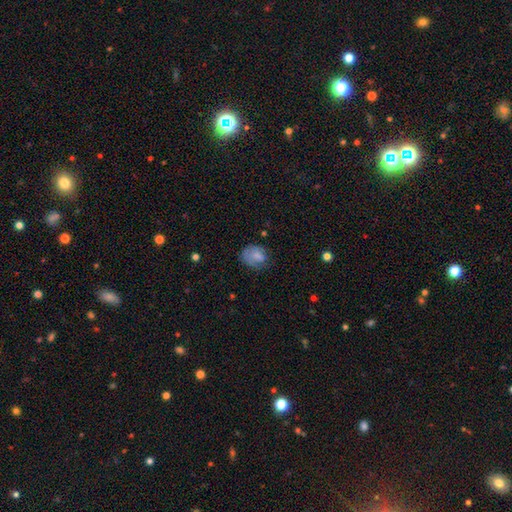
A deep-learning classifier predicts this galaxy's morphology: The model was most divided on "how rounded": in between: 60%, round: 39%, cigar-shaped: 1%. More confident: smooth or featured — smooth (73%); merging — none (52%).